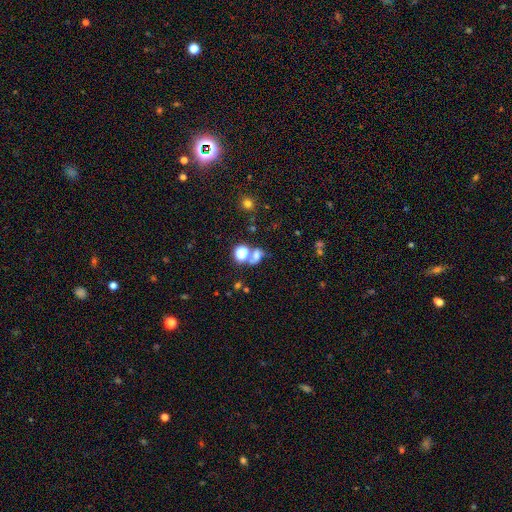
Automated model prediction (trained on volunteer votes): smooth-or-featured: smooth: 49% | star or artifact: 33% | featured or disk: 19%
  merging: none: 40% | merger: 35% | minor disturbance: 13% | major disturbance: 11%